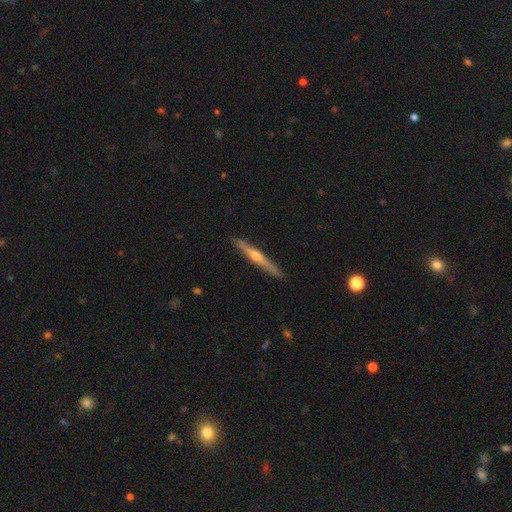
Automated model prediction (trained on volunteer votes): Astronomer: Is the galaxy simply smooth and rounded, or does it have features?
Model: featured or disk — 75%.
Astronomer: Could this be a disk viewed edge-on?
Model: yes — 98%.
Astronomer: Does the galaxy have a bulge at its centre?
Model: rounded — 89%.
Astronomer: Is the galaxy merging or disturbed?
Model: none — 91%.